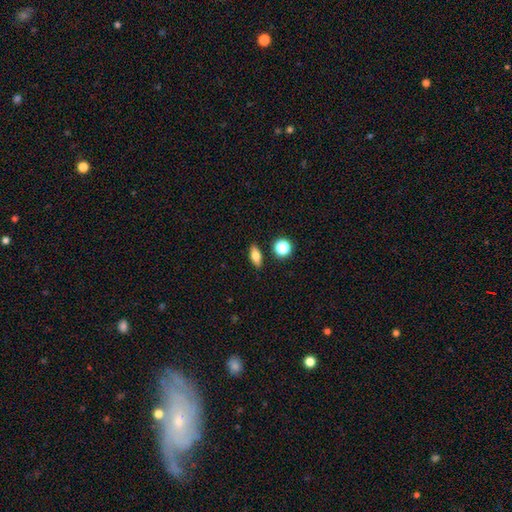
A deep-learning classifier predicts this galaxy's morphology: A smooth galaxy with no disk features (74%) that is in between round and cigar-shaped (71%).

Vote fractions:
- Smooth or featured? smooth: 74% / featured or disk: 16% / star or artifact: 10%
- How rounded? in between: 71% / cigar-shaped: 17% / round: 12%
- Merging? none: 86% / minor disturbance: 9% / merger: 3% / major disturbance: 2%